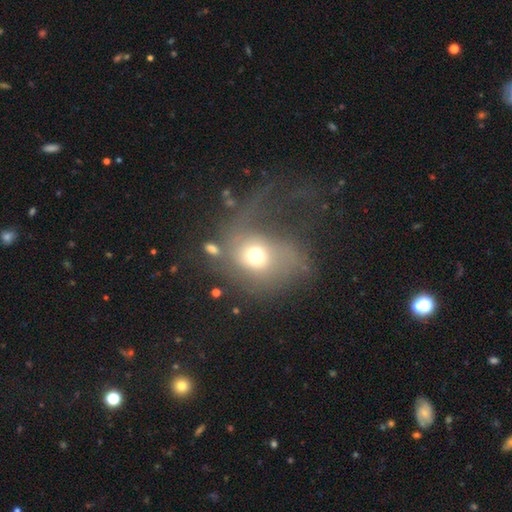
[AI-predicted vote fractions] A smooth galaxy with no disk features (59%) that is round (64%).

Vote fractions:
- Smooth or featured? smooth: 59% / featured or disk: 25% / star or artifact: 16%
- How rounded? round: 64% / in between: 35% / cigar-shaped: 2%
- Merging? major disturbance: 48% / none: 27% / minor disturbance: 16% / merger: 10%